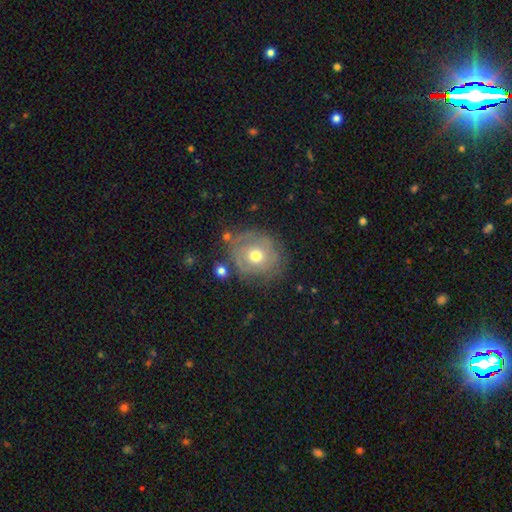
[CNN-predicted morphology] smooth-or-featured: featured or disk: 46% | smooth: 44% | star or artifact: 9%
  merging: none: 65% | minor disturbance: 21% | major disturbance: 10% | merger: 4%